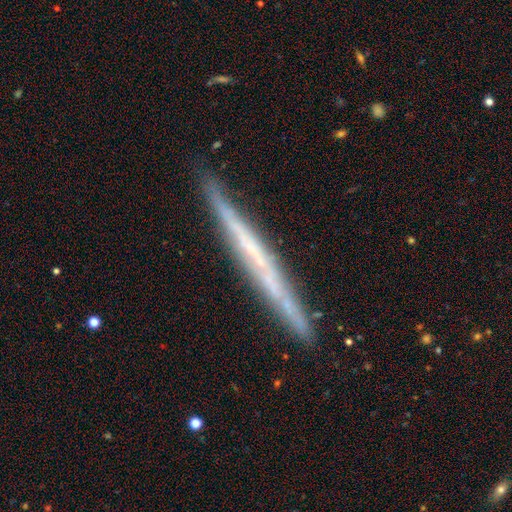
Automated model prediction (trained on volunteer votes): A featured or disk galaxy (66%) viewed edge-on (96%) with no central bulge (86%).

Vote fractions:
- Smooth or featured? featured or disk: 66% / smooth: 27% / star or artifact: 7%
- Edge-on disk? yes: 96% / no: 4%
- Edge-on bulge? none: 86% / rounded: 9% / boxy: 5%
- Merging? none: 89% / minor disturbance: 9% / major disturbance: 1% / merger: 1%